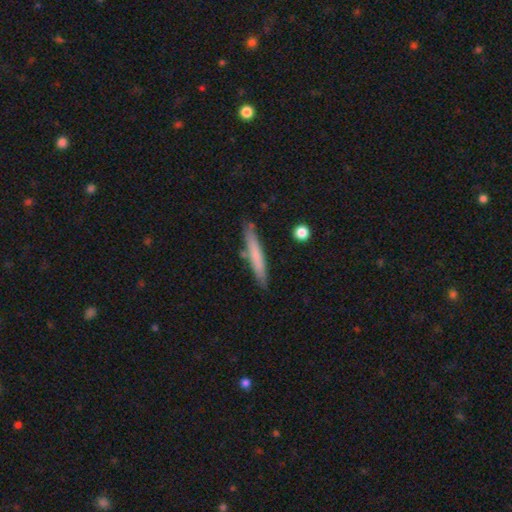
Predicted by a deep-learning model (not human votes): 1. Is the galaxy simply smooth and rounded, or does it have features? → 67% smooth, 27% featured or disk, 6% star or artifact.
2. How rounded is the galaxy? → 95% cigar-shaped, 4% in between, 1% round.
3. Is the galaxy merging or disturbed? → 82% none, 11% minor disturbance, 4% merger, 2% major disturbance.